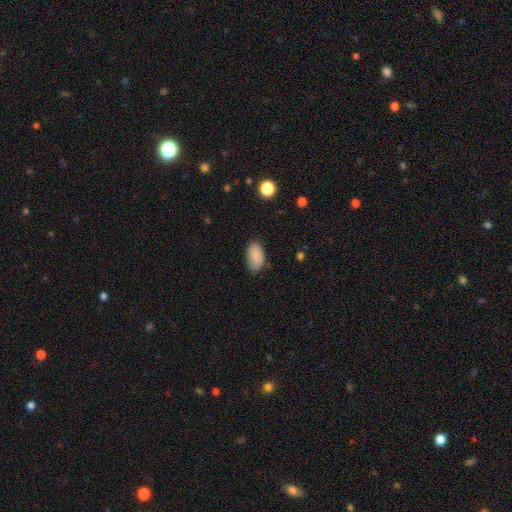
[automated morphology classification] A smooth galaxy with no disk features (87%) that is in between round and cigar-shaped (94%).

Vote fractions:
- Smooth or featured? smooth: 87% / star or artifact: 7% / featured or disk: 5%
- How rounded? in between: 94% / round: 4% / cigar-shaped: 2%
- Merging? none: 78% / minor disturbance: 18% / major disturbance: 3% / merger: 1%